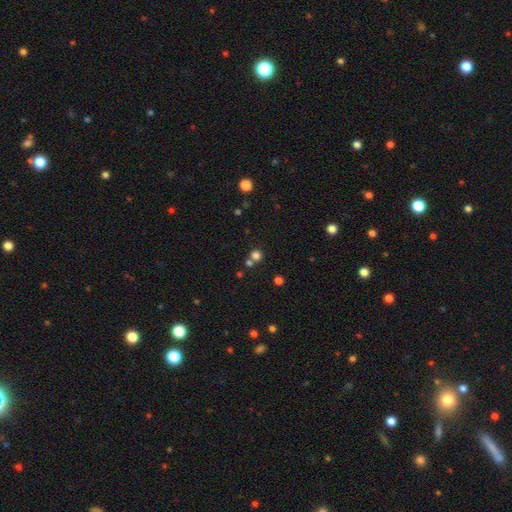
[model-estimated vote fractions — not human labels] smooth 75%, star or artifact 18%, featured or disk 7%. Down the decision tree: how rounded — round (91%); merging — none (65%).